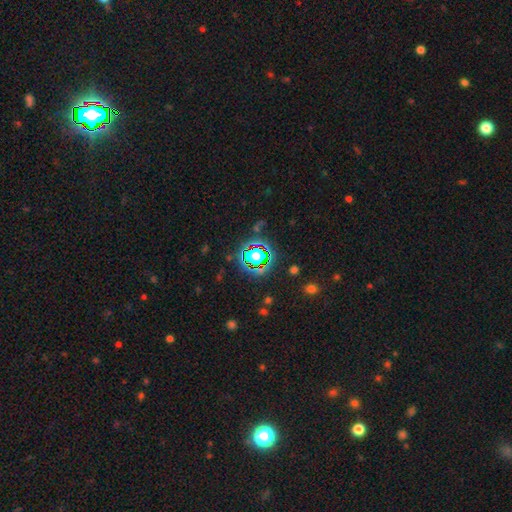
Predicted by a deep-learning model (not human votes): A star or artifact, not a galaxy (61%).